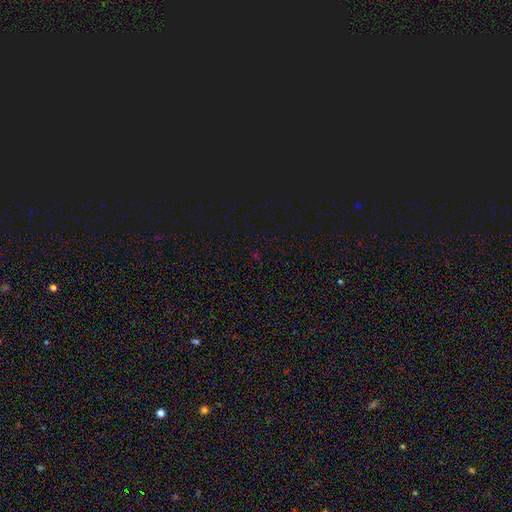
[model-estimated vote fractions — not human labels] Smooth or featured? Predicted: star or artifact (p=0.71).